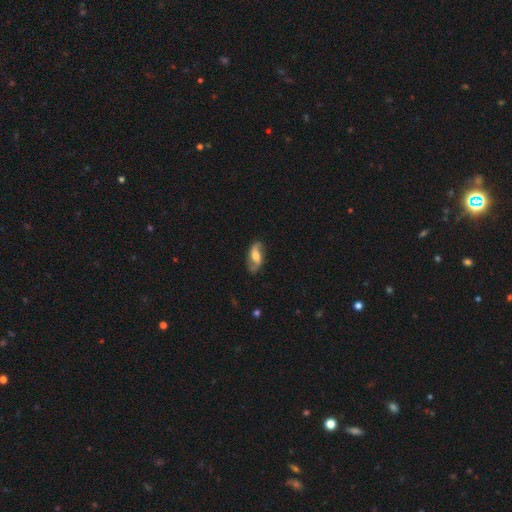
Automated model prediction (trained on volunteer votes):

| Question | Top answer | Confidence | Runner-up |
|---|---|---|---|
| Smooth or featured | featured or disk | 77% | smooth (18%) |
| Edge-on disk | no | 94% | yes (6%) |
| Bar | weak | 42% | no (36%) |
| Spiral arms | yes | 93% | no (7%) |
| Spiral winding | loose | 63% | medium (28%) |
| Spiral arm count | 2 | 92% | can't tell (3%) |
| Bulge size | moderate | 57% | small (21%) |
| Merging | none | 80% | minor disturbance (14%) |